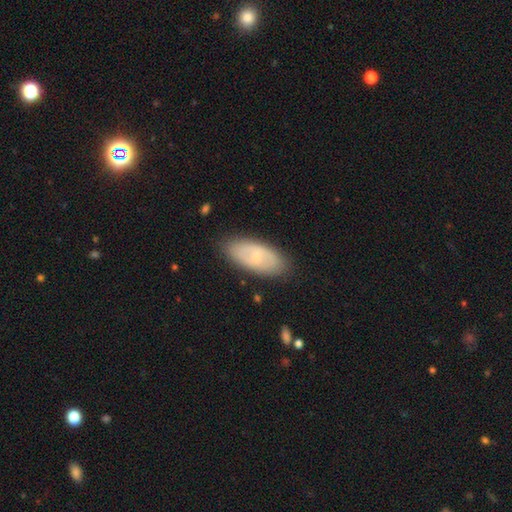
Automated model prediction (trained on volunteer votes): Q: Smooth or featured?
A: smooth (56%); runner-up: featured or disk (37%)
Q: How rounded?
A: in between (88%); runner-up: cigar-shaped (10%)
Q: Merging?
A: none (84%); runner-up: minor disturbance (12%)